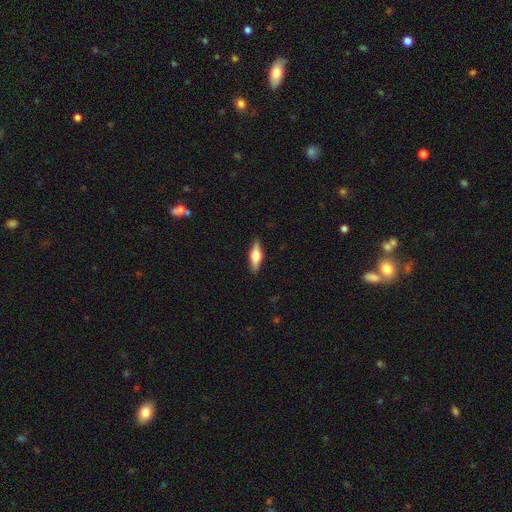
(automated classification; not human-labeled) Smooth or featured: featured or disk — 52% (smooth — 42%)
Edge-on disk: yes — 94% (no — 6%)
Merging: none — 89% (minor disturbance — 8%)